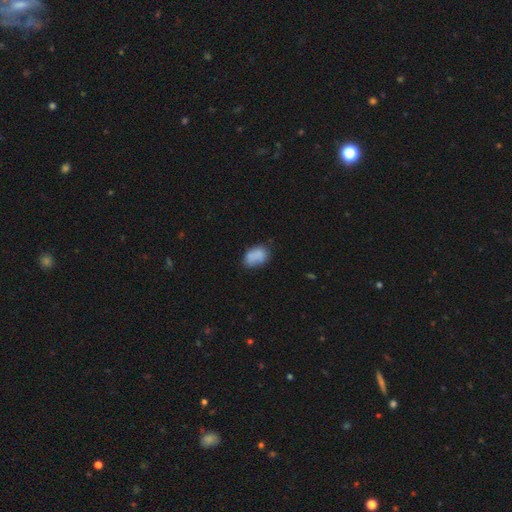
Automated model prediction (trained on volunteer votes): Smooth or featured? smooth (77%)
How rounded? in between (83%)
Merging? none (49%)